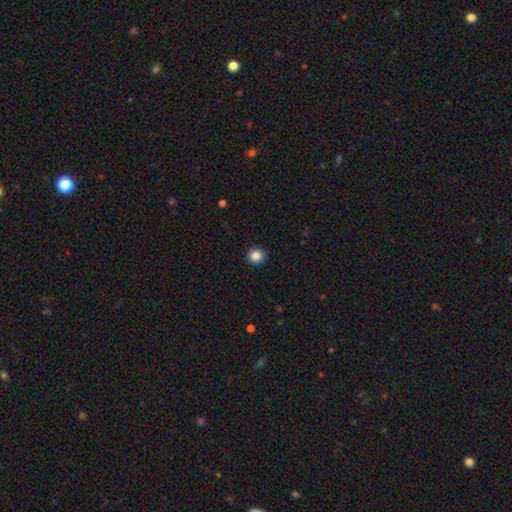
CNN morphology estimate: Q: Smooth or featured?
A: smooth (86%); runner-up: star or artifact (10%)
Q: How rounded?
A: round (88%); runner-up: in between (11%)
Q: Merging?
A: none (92%); runner-up: minor disturbance (5%)